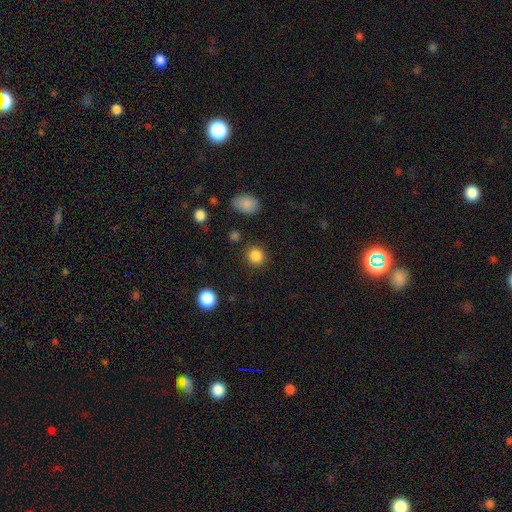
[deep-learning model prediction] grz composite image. It shows a smooth galaxy with no disk features (86%) that is round (88%). Merging: none (88%).